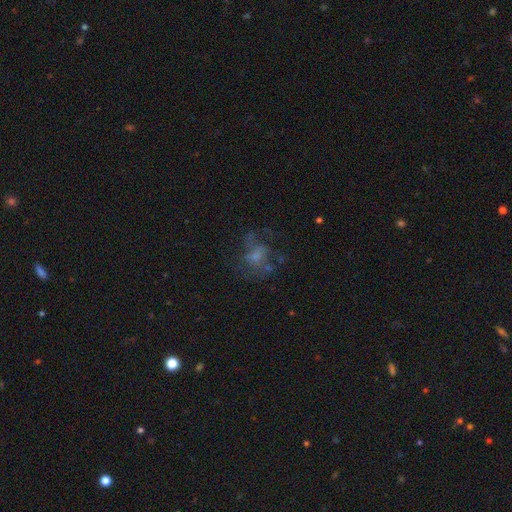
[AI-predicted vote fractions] featured or disk 48%, smooth 29%, star or artifact 23%. Down the decision tree: merging — none (51%).